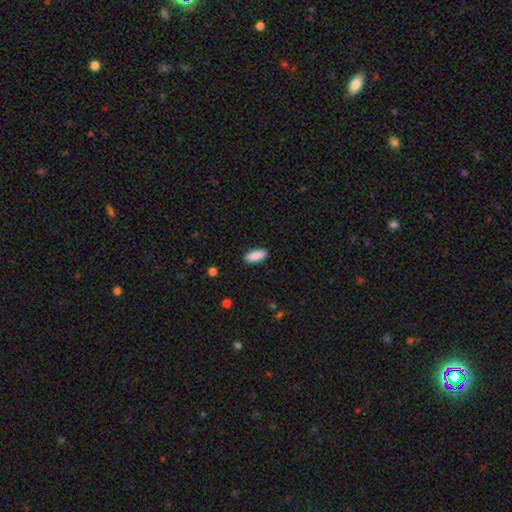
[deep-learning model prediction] Smooth or featured: smooth — 90% (star or artifact — 6%)
How rounded: in between — 82% (cigar-shaped — 16%)
Merging: none — 89% (minor disturbance — 8%)